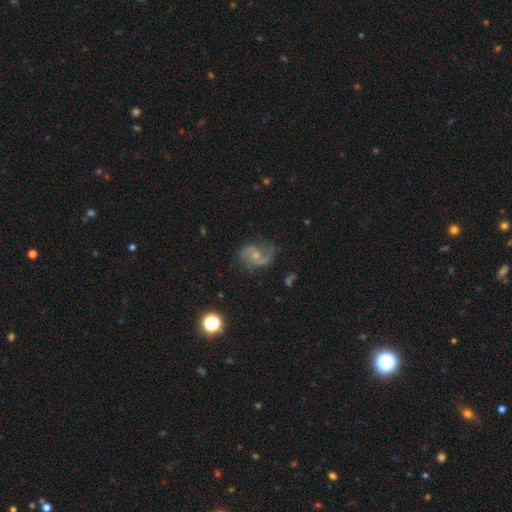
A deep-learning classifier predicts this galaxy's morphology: Smooth or featured? Predicted: featured or disk (p=0.81). Edge-on disk? Predicted: no (p=0.98). Bar? Predicted: no (p=0.65). Spiral arms? Predicted: yes (p=0.95). Spiral winding? Predicted: medium (p=0.48). Spiral arm count? Predicted: 2 (p=0.80). Bulge size? Predicted: small (p=0.58). Merging? Predicted: none (p=0.64).